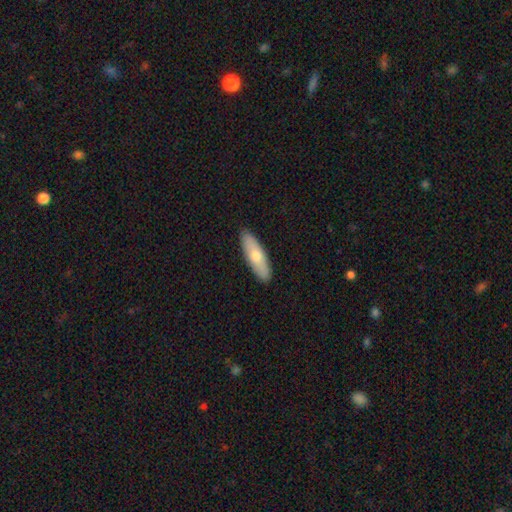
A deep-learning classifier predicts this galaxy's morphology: A smooth galaxy with no disk features (64%) that is in between round and cigar-shaped (49%).

Vote fractions:
- Smooth or featured? smooth: 64% / featured or disk: 31% / star or artifact: 5%
- How rounded? in between: 49% / cigar-shaped: 48% / round: 2%
- Merging? none: 90% / minor disturbance: 7% / major disturbance: 1% / merger: 1%